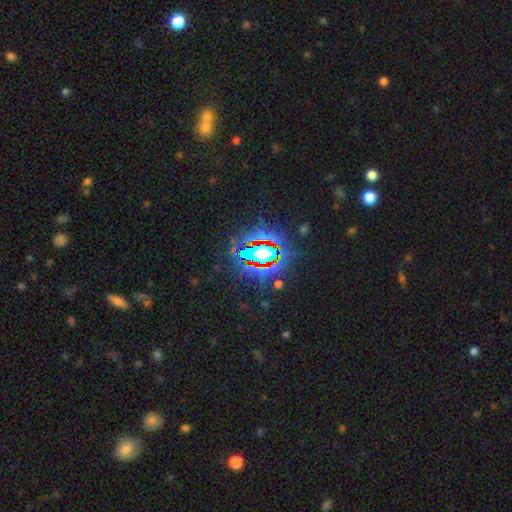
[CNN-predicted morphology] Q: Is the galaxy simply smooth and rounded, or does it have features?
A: star or artifact — 81%.